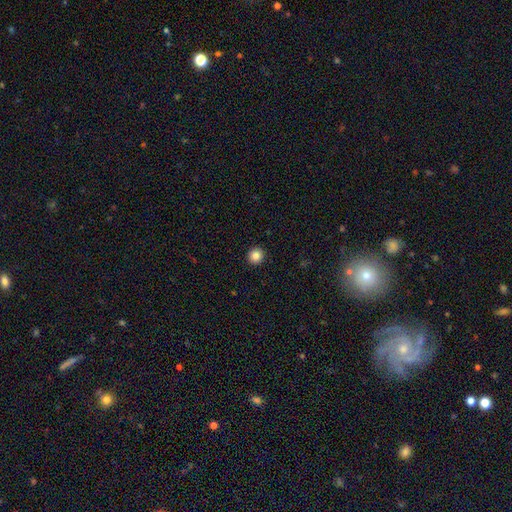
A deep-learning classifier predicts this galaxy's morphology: A smooth galaxy with no disk features (84%) that is round (92%). Merging: none (93%).